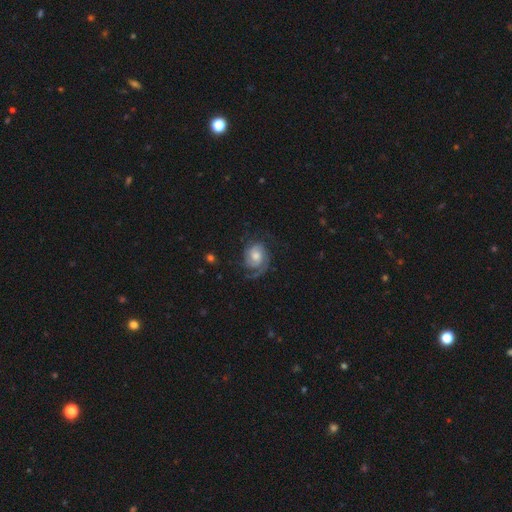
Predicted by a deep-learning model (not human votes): This is likely a featured or disk galaxy (77%). It is clearly not viewed edge-on (97%). Bar: likely no (67%). Spiral arm pattern: clearly yes (94%). Spiral arm count: marginally 2 (42%). Spiral winding: possibly tight (48%). Central bulge: likely moderate (62%). Merging: likely none (64%).